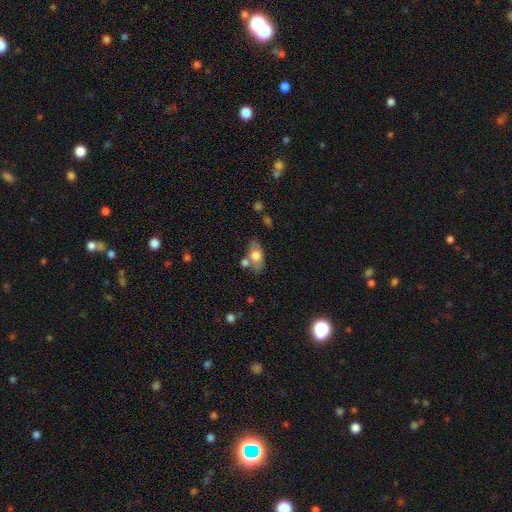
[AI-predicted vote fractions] The model was most divided on "merging": none: 58%, merger: 20%, minor disturbance: 17%, major disturbance: 5%. More confident: how rounded — in between (85%); smooth or featured — smooth (66%).